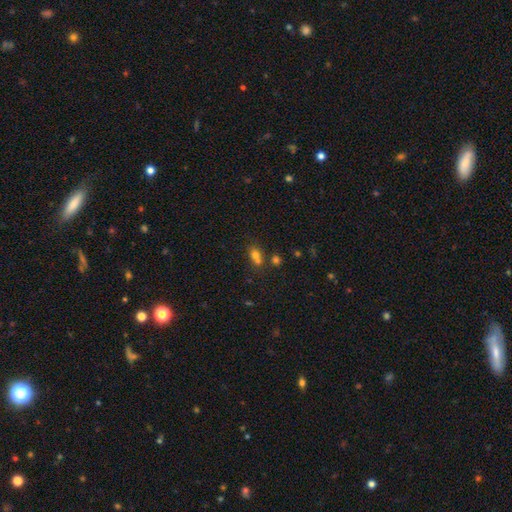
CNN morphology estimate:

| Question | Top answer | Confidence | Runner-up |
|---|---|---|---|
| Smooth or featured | smooth | 68% | star or artifact (19%) |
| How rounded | in between | 58% | round (37%) |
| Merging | merger | 42% | none (41%) |